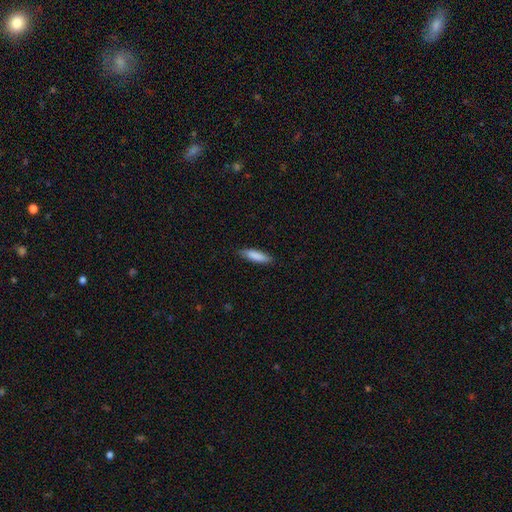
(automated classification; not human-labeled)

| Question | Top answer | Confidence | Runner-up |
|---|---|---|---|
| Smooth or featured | smooth | 85% | featured or disk (9%) |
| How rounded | cigar-shaped | 64% | in between (35%) |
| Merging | none | 84% | minor disturbance (13%) |